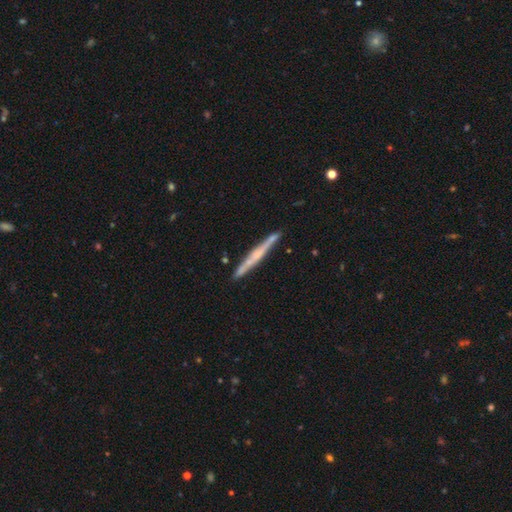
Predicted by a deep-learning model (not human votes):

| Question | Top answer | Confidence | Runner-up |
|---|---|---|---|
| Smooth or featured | featured or disk | 63% | smooth (31%) |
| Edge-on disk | yes | 97% | no (3%) |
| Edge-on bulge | none | 44% | rounded (40%) |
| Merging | none | 87% | minor disturbance (9%) |